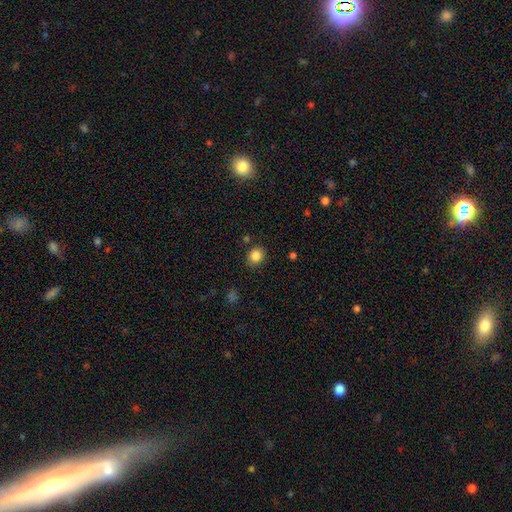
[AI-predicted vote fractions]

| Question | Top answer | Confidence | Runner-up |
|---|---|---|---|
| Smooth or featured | smooth | 84% | star or artifact (11%) |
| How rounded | round | 77% | in between (22%) |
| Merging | none | 85% | minor disturbance (10%) |